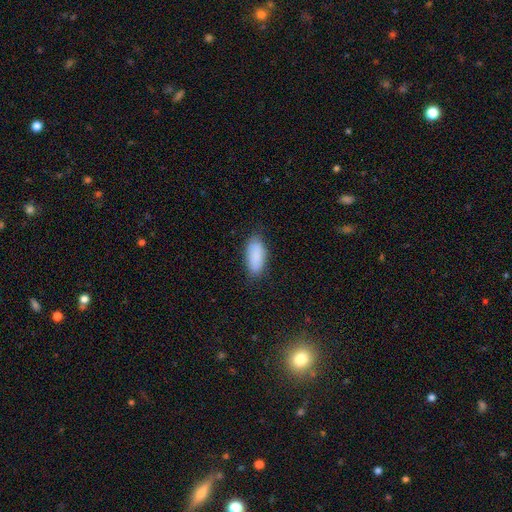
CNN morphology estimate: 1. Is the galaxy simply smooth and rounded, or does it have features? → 88% smooth, 6% star or artifact, 6% featured or disk.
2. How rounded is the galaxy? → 88% in between, 10% cigar-shaped, 2% round.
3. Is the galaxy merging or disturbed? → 79% none, 16% minor disturbance, 4% major disturbance, 1% merger.